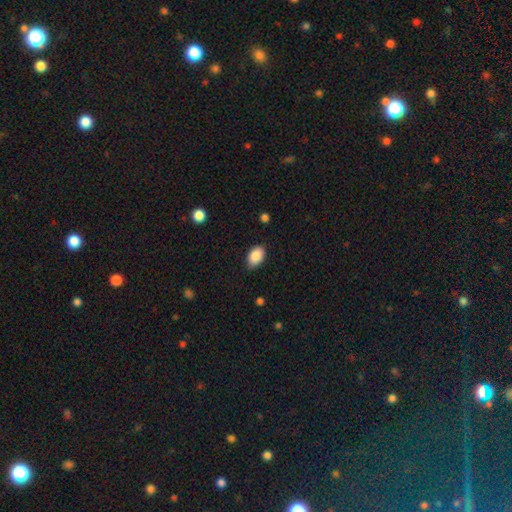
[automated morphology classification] Q: Smooth or featured?
A: smooth (87%); runner-up: star or artifact (7%)
Q: How rounded?
A: in between (89%); runner-up: round (10%)
Q: Merging?
A: none (80%); runner-up: minor disturbance (16%)